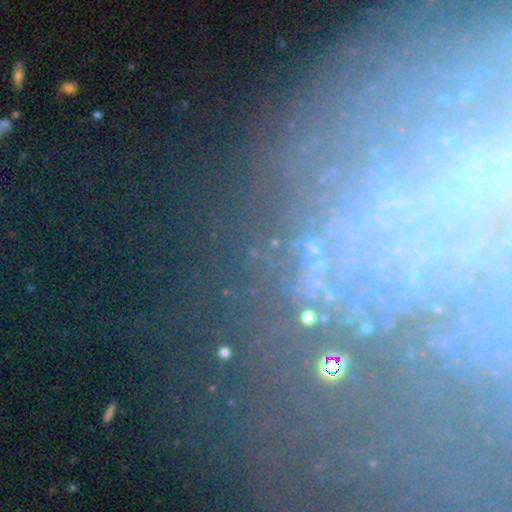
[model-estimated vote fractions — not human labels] star or artifact 47%, featured or disk 34%, smooth 20%.